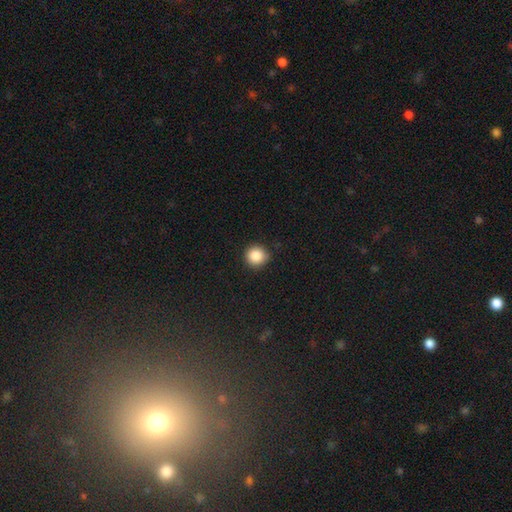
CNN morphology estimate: A smooth galaxy with no disk features (87%) that is round (93%). Merging: none (88%).